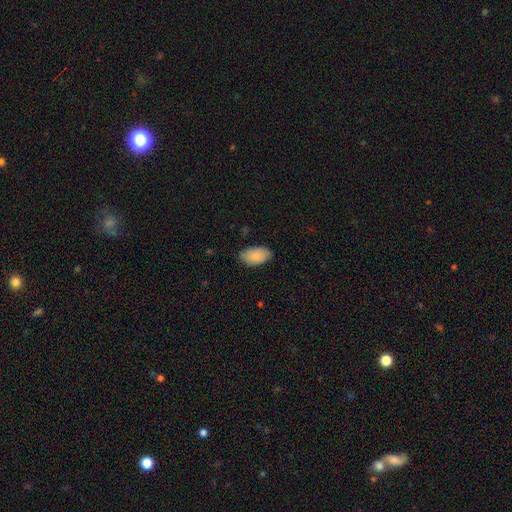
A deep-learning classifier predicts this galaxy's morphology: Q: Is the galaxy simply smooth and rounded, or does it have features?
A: smooth — 86%.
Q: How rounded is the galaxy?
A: in between — 95%.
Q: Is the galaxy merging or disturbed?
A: none — 78%.